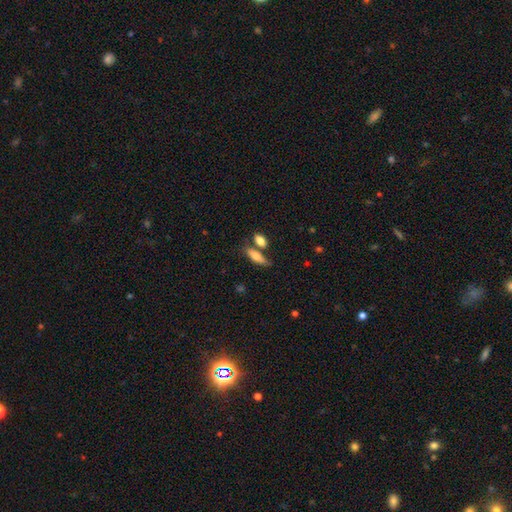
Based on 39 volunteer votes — Smooth or featured? 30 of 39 (77%) said smooth. How rounded? 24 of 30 (80%) said in between. Merging? 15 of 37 (41%) said none.